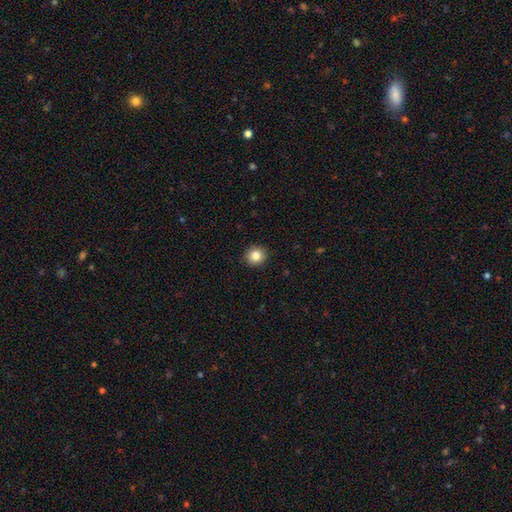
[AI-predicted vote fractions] A smooth galaxy with no disk features (83%) that is round (89%). Merging: none (92%).